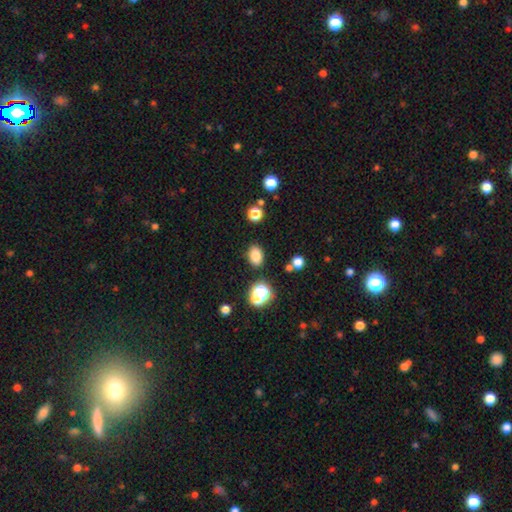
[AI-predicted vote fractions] A smooth galaxy with no disk features (80%) that is in between round and cigar-shaped (74%). Merging: none (84%).